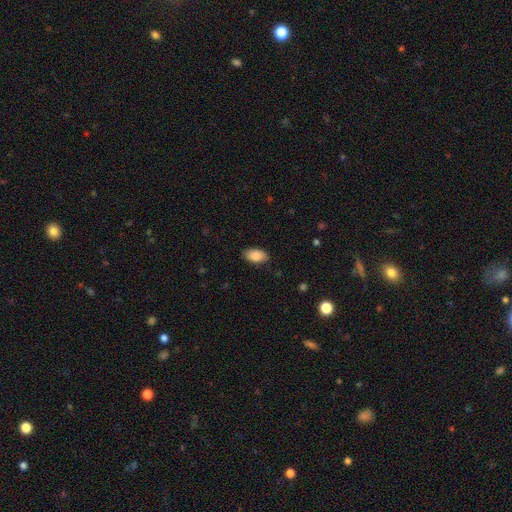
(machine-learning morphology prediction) smooth-or-featured: smooth: 88% | star or artifact: 7% | featured or disk: 5%
  how-rounded: in between: 94% | round: 4% | cigar-shaped: 2%
  merging: none: 86% | minor disturbance: 10% | major disturbance: 2% | merger: 1%